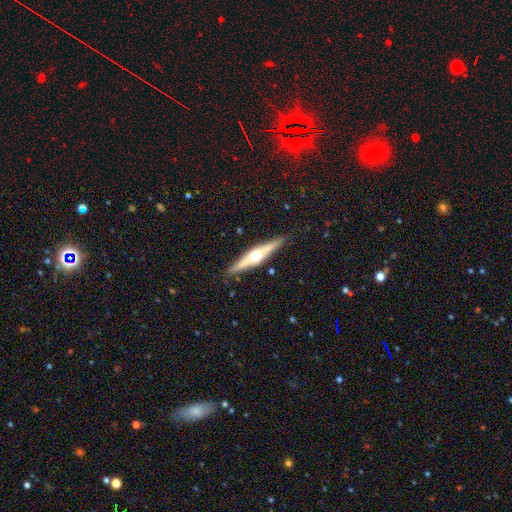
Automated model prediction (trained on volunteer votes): Smooth or featured?
  - featured or disk: 74% *
  - smooth: 20%
  - star or artifact: 5%
Edge-on disk?
  - yes: 97% *
  - no: 3%
Edge-on bulge?
  - rounded: 93% *
  - boxy: 5%
  - none: 2%
Merging?
  - none: 88% *
  - minor disturbance: 9%
  - major disturbance: 2%
  - merger: 1%